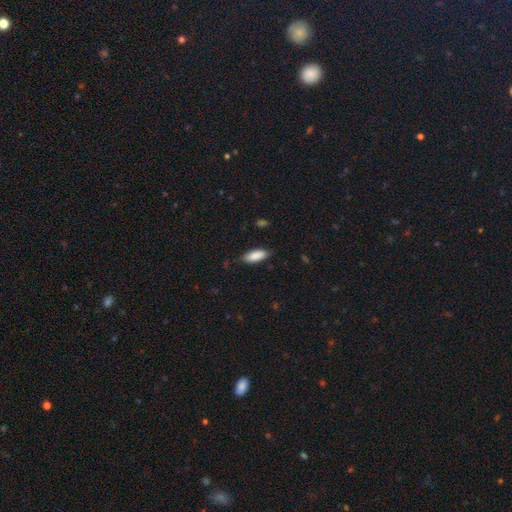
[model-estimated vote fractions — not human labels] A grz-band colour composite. It shows a smooth galaxy with no disk features (88%) that is in between round and cigar-shaped (79%). Merging: none (84%).